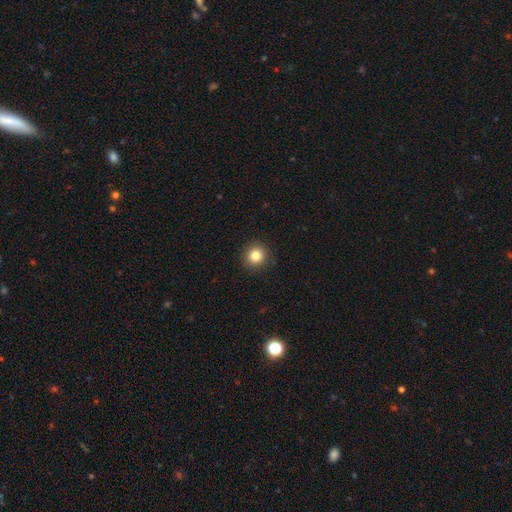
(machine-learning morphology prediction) Smooth or featured? Predicted: smooth (p=0.83). How rounded? Predicted: round (p=0.93). Merging? Predicted: none (p=0.92).